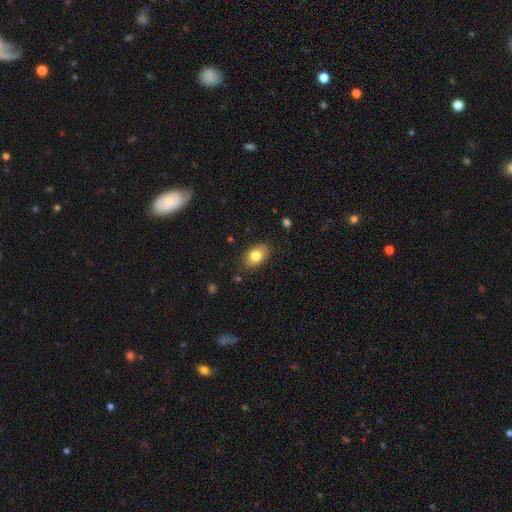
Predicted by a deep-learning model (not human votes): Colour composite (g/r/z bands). It shows a smooth galaxy with no disk features (80%) that is in between round and cigar-shaped (85%). Merging: none (82%).